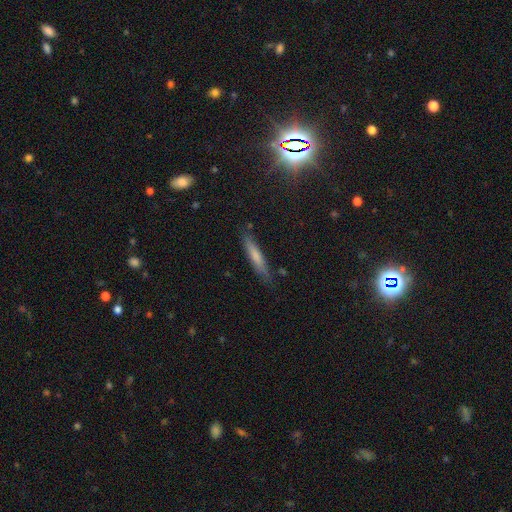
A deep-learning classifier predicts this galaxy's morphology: Smooth or featured? Predicted: smooth (p=0.64). How rounded? Predicted: cigar-shaped (p=0.91). Merging? Predicted: none (p=0.81).